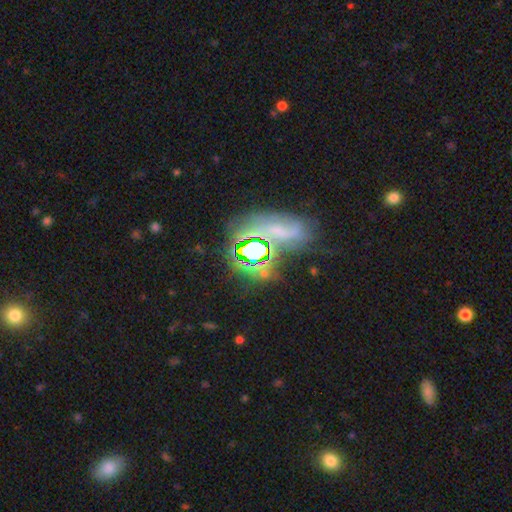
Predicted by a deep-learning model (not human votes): Smooth or featured: star or artifact — 55% (smooth — 23%)